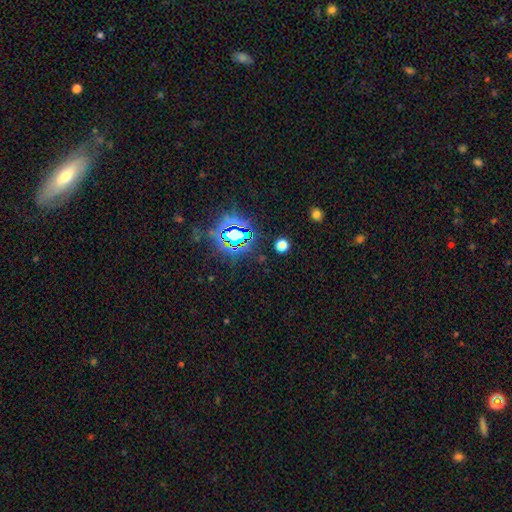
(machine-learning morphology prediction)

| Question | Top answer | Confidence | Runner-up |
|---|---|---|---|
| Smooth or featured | star or artifact | 80% | smooth (12%) |